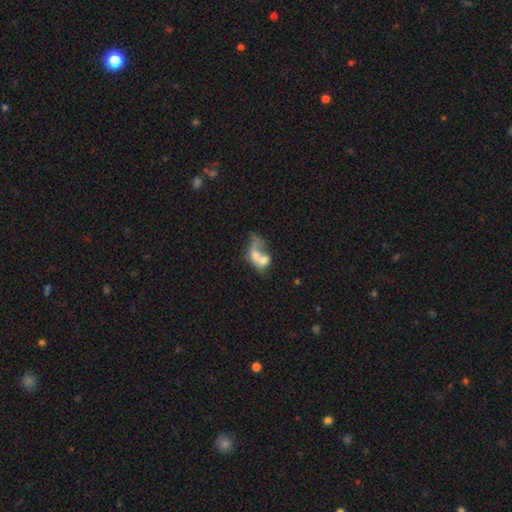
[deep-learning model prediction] Q: Smooth or featured?
A: smooth (52%); runner-up: featured or disk (38%)
Q: How rounded?
A: in between (71%); runner-up: round (24%)
Q: Merging?
A: merger (63%); runner-up: major disturbance (19%)